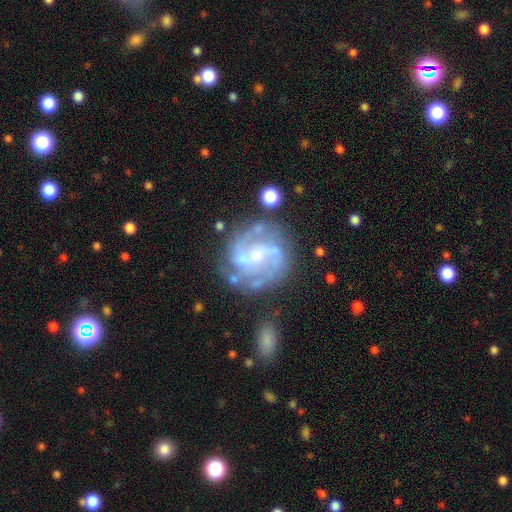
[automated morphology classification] Smooth or featured?
  - featured or disk: 85% *
  - smooth: 8%
  - star or artifact: 6%
Edge-on disk?
  - no: 98% *
  - yes: 2%
Bar?
  - weak: 45% *
  - no: 36%
  - strong: 19%
Spiral arms?
  - yes: 95% *
  - no: 5%
Spiral winding?
  - medium: 49% *
  - tight: 35%
  - loose: 16%
Spiral arm count?
  - 2: 61% *
  - 3: 16%
  - can't tell: 13%
  - 4: 4%
  - 1: 3%
  - more than 4: 3%
Bulge size?
  - small: 53% *
  - moderate: 25%
  - none: 18%
  - large: 3%
  - dominant: 1%
Merging?
  - none: 70% *
  - minor disturbance: 16%
  - major disturbance: 9%
  - merger: 5%